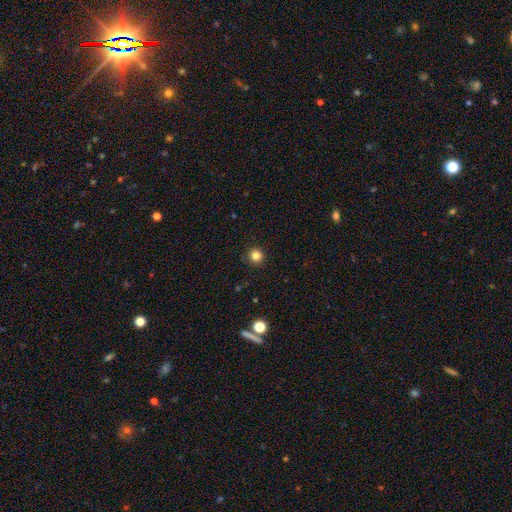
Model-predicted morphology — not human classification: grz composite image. It shows a smooth galaxy with no disk features (83%) that is round (95%). Merging: none (91%).